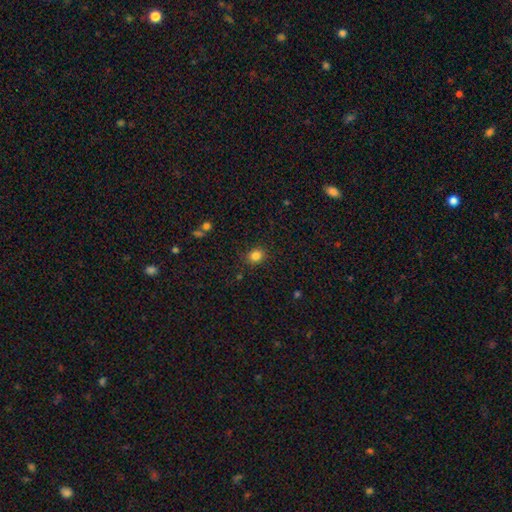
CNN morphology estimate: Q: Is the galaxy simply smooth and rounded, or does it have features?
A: smooth — 84%.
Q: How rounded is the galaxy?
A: round — 64%.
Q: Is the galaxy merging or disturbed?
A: none — 87%.